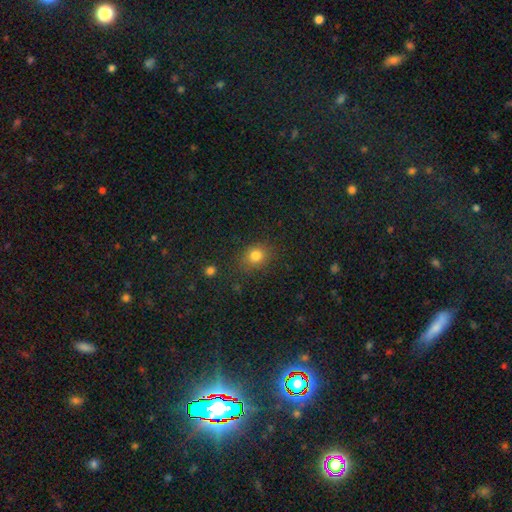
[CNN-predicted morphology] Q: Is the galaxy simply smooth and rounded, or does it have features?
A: smooth — 80%.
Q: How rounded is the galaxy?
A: round — 69%.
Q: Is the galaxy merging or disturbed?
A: none — 82%.